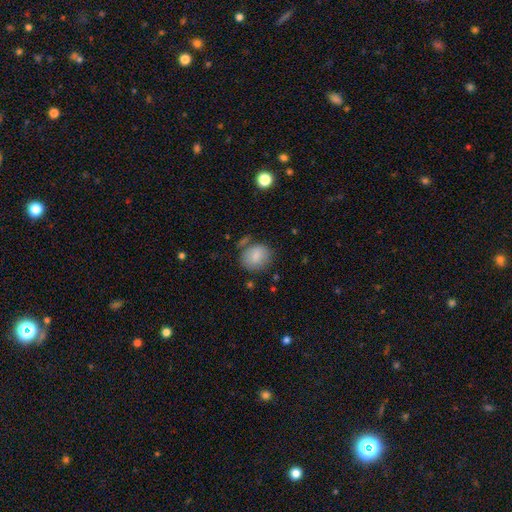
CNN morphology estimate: Smooth or featured? smooth (82%)
How rounded? round (67%)
Merging? none (69%)